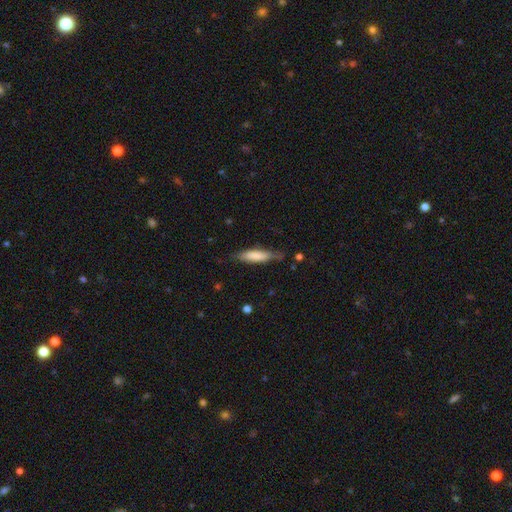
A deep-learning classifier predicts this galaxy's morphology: Smooth or featured? smooth (75%)
How rounded? cigar-shaped (71%)
Merging? none (68%)